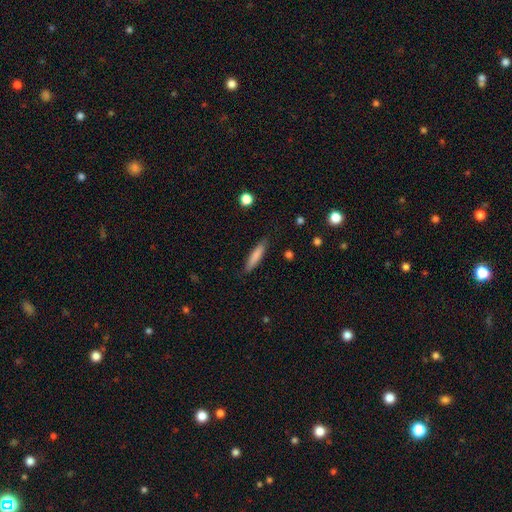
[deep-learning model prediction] Overall: smooth (81%). How rounded: cigar-shaped (86%). Merging: none (85%).